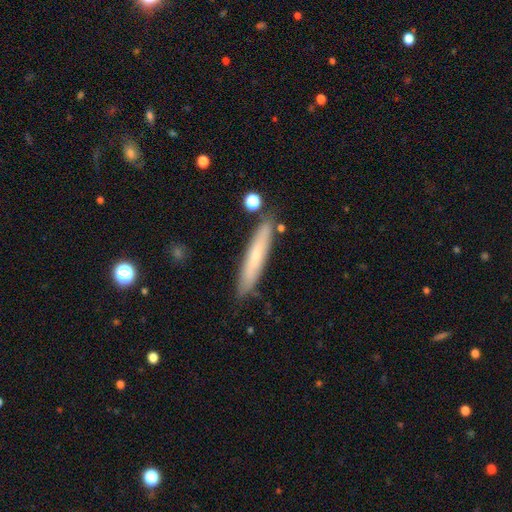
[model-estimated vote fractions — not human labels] Morphology: type=smooth (61%); roundness=cigar-shaped (91%); merging=none (83%).